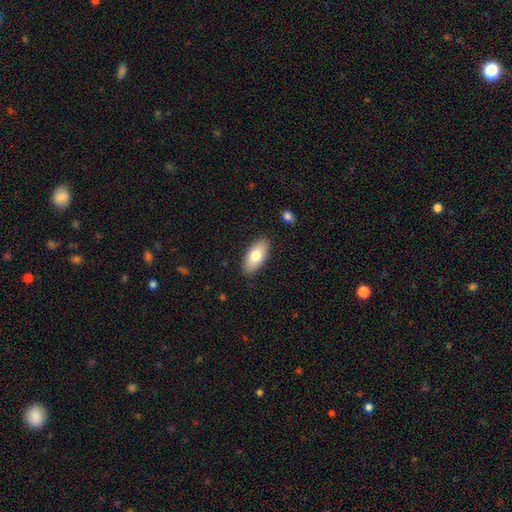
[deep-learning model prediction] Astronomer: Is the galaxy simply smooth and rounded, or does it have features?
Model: smooth — 77%.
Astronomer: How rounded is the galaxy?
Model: in between — 91%.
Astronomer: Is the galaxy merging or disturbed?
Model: none — 87%.